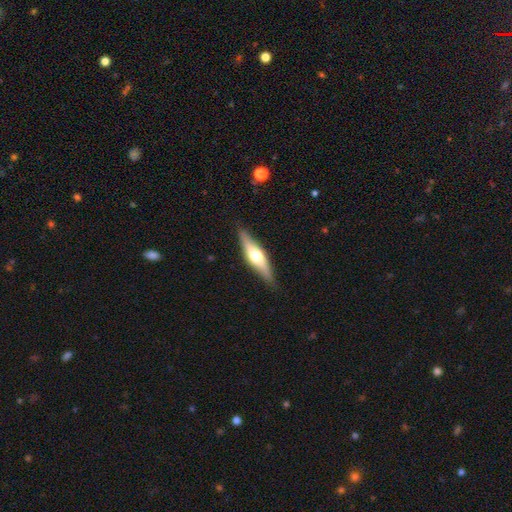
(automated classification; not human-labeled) smooth-or-featured: featured or disk: 59% | smooth: 36% | star or artifact: 5%
  disk-edge-on: yes: 92% | no: 8%
    edge-on-bulge: rounded: 90% | boxy: 7% | none: 3%
  merging: none: 86% | minor disturbance: 10% | major disturbance: 2% | merger: 1%